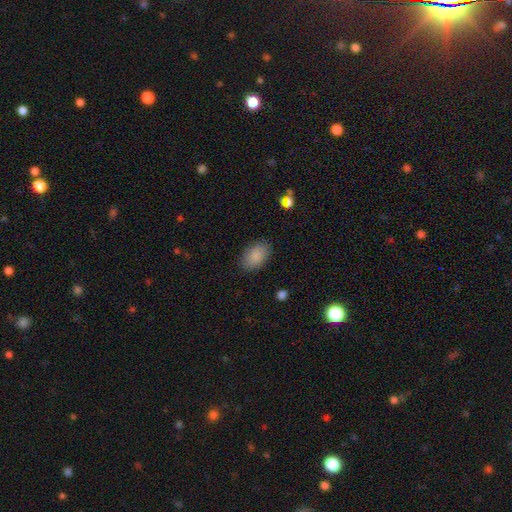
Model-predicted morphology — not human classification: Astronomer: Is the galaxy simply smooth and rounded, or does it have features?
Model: smooth — 87%.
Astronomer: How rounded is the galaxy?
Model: in between — 91%.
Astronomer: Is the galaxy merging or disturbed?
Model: none — 86%.